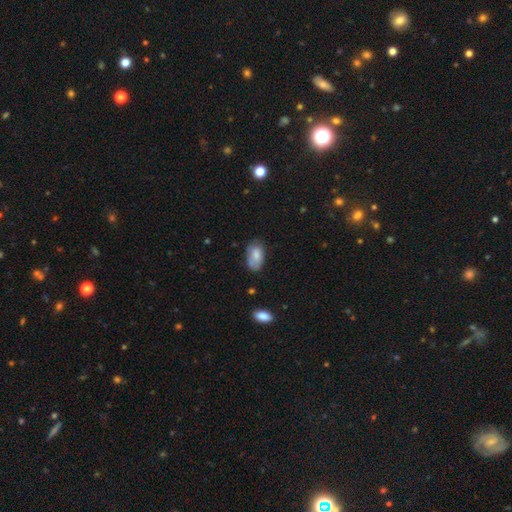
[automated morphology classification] Smooth or featured?
  - smooth: 76% *
  - featured or disk: 17%
  - star or artifact: 7%
How rounded?
  - in between: 93% *
  - round: 5%
  - cigar-shaped: 2%
Merging?
  - none: 58% *
  - minor disturbance: 29%
  - major disturbance: 8%
  - merger: 5%